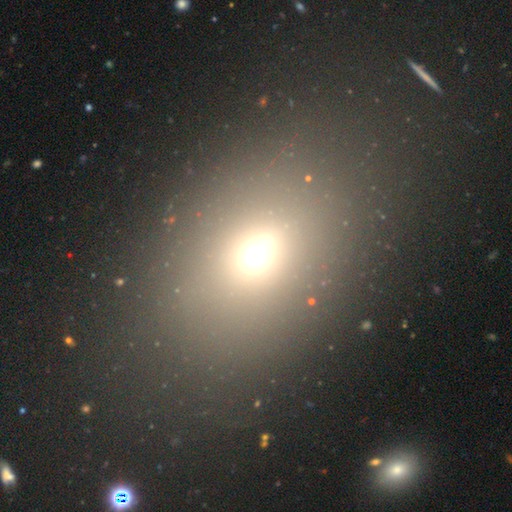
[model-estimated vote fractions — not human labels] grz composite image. It shows a smooth galaxy with no disk features (61%) that is in between round and cigar-shaped (65%). Merging: none (73%).